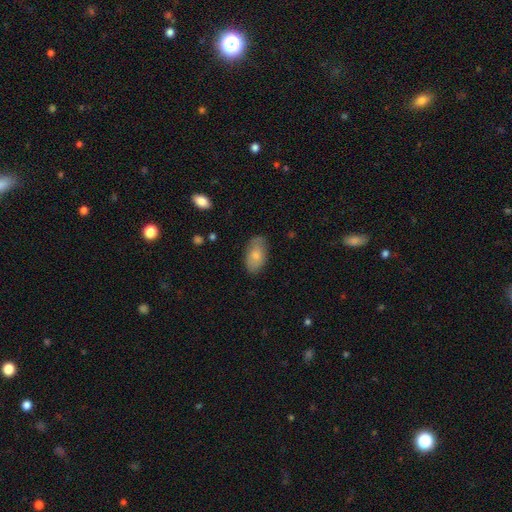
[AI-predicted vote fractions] Smooth or featured? Predicted: smooth (p=0.76). How rounded? Predicted: in between (p=0.94). Merging? Predicted: none (p=0.76).